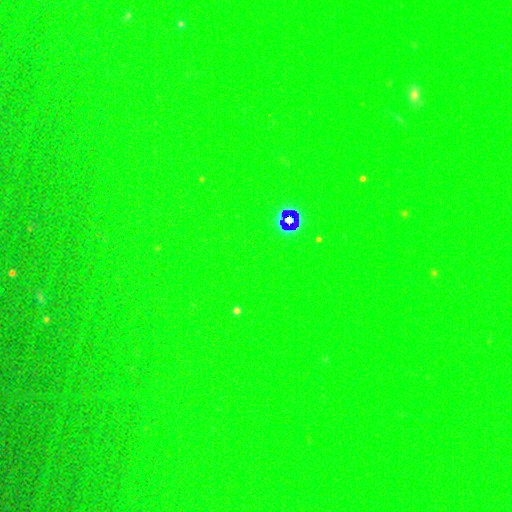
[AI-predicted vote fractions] Overall: star or artifact (73%).